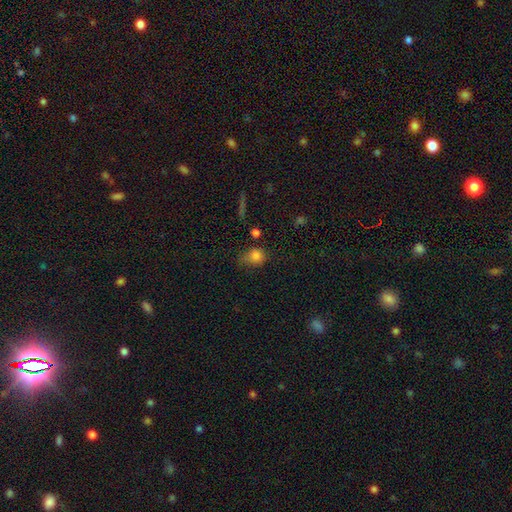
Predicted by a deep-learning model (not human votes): smooth_or_featured: smooth (p=0.80) [alt: star or artifact p=0.13]
how_rounded: round (p=0.65) [alt: in between p=0.33]
merging: none (p=0.44) [alt: minor disturbance p=0.35]